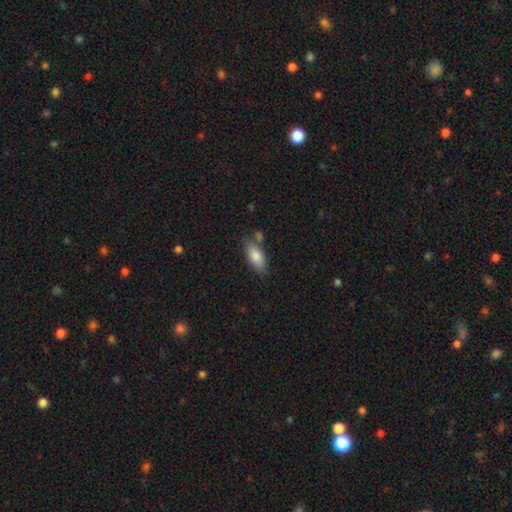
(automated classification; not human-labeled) A smooth galaxy with no disk features (83%) that is in between round and cigar-shaped (87%). Merging: none (69%).